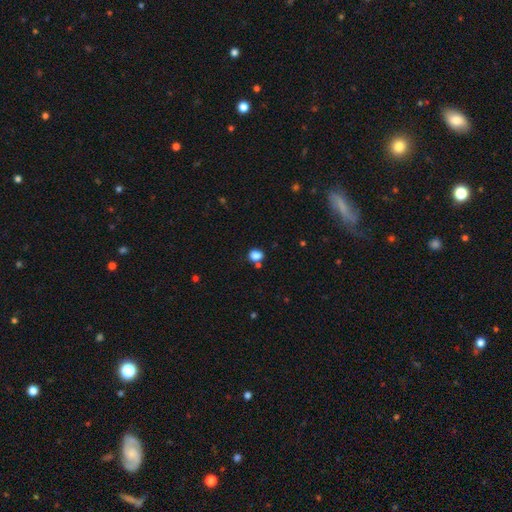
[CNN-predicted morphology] Q: Smooth or featured?
A: smooth (83%); runner-up: star or artifact (12%)
Q: How rounded?
A: in between (52%); runner-up: round (47%)
Q: Merging?
A: none (64%); runner-up: merger (17%)